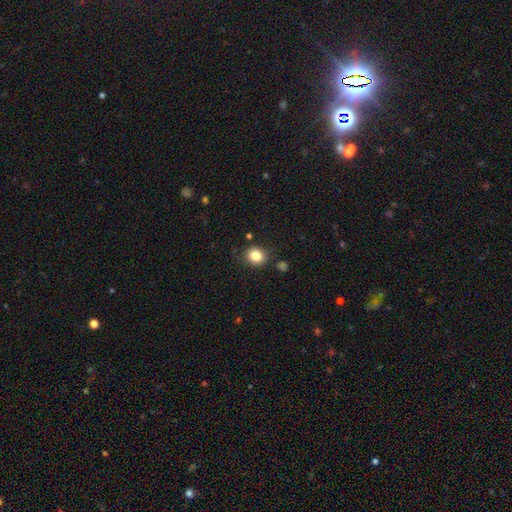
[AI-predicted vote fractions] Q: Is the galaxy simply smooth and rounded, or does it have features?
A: smooth — 84%.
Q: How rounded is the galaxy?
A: round — 64%.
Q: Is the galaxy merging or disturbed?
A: none — 84%.